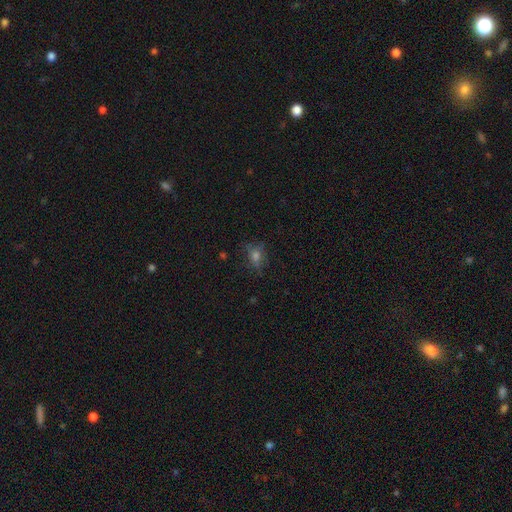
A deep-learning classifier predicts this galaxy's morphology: This appears to be a smooth galaxy with no disk features (53%) that is in between round and cigar-shaped (51%). Merging: none (71%).